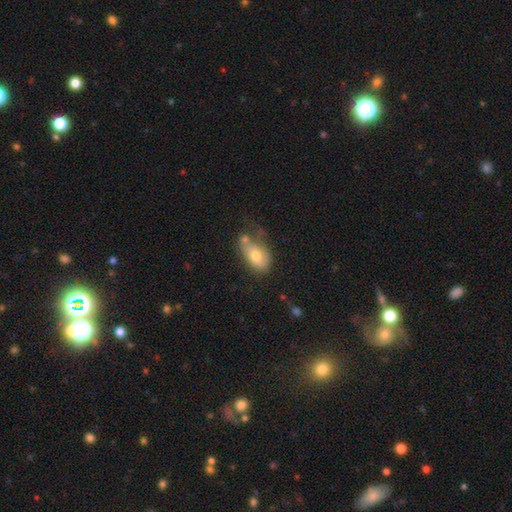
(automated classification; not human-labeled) Overall: smooth (66%; featured or disk 26%). How rounded: in between (89%). Merging: none (31%; minor disturbance 27%).